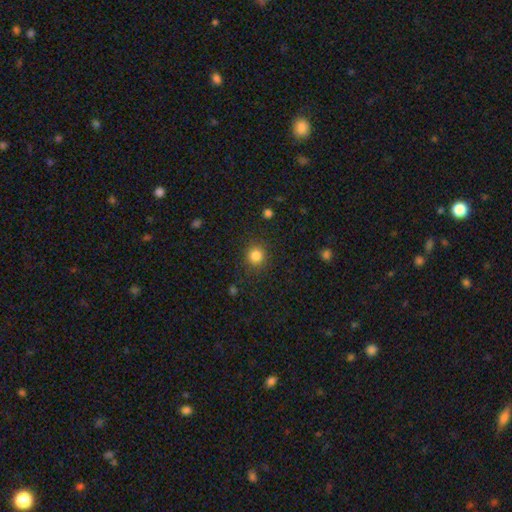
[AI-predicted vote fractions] This is clearly a smooth galaxy (84%). How rounded: clearly round (90%). Merging: clearly none (88%).